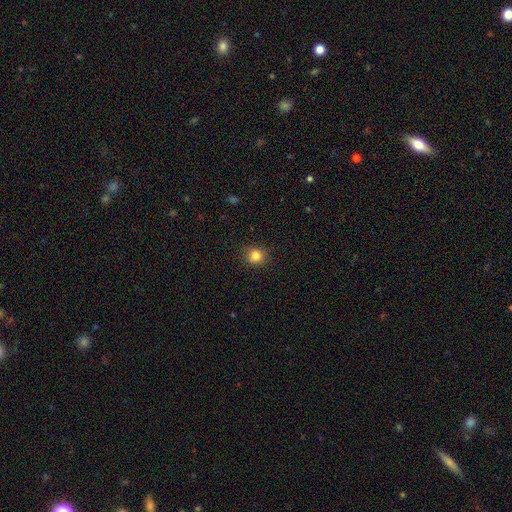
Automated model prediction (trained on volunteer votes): smooth 84%, star or artifact 12%, featured or disk 5%. Down the decision tree: how rounded — round (85%); merging — none (87%).